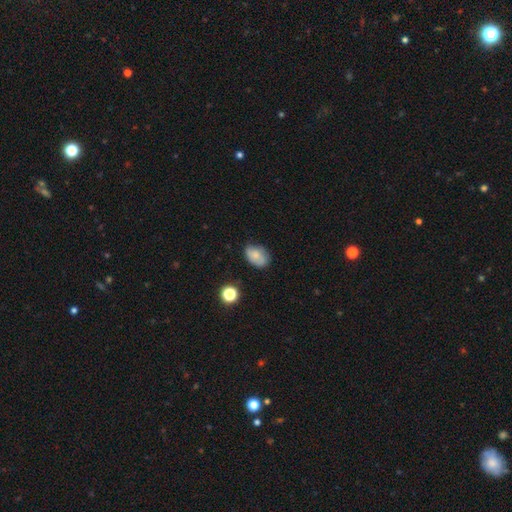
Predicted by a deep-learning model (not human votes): Morphology: type=smooth (75%); roundness=in between (82%); merging=none (66%).